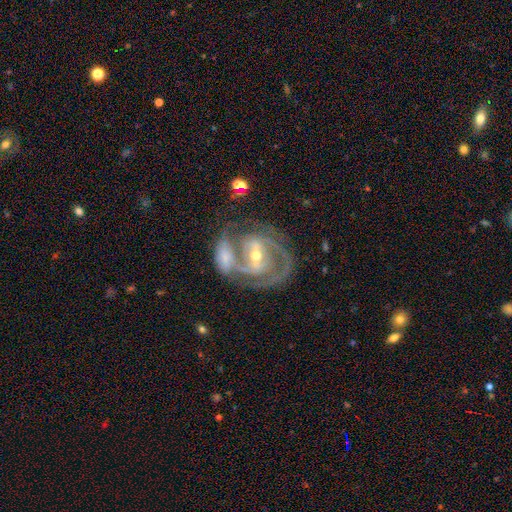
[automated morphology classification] Smooth or featured? Predicted: featured or disk (p=0.86). Edge-on disk? Predicted: no (p=0.96). Bar? Predicted: weak (p=0.41). Spiral arms? Predicted: yes (p=0.92). Spiral winding? Predicted: tight (p=0.49). Spiral arm count? Predicted: 2 (p=0.72). Bulge size? Predicted: small (p=0.48, tied with moderate). Merging? Predicted: merger (p=0.49).